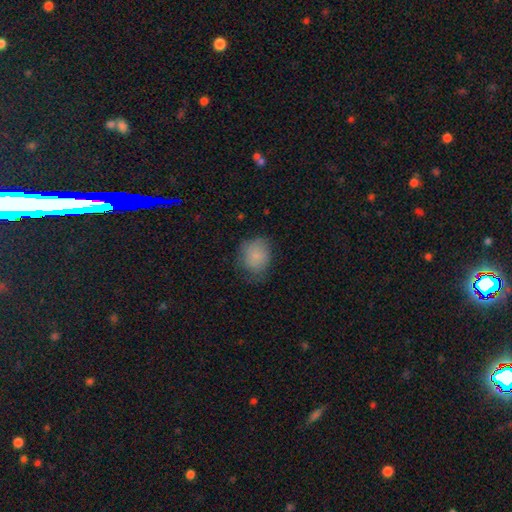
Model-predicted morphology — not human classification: The model was most divided on "how rounded": round: 63%, in between: 36%, cigar-shaped: 1%. More confident: smooth or featured — smooth (82%); merging — none (59%).